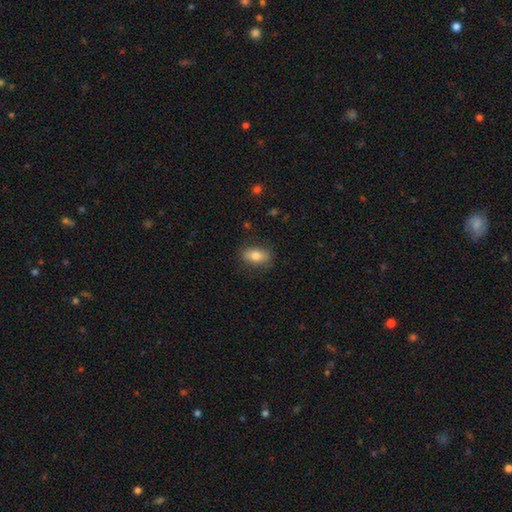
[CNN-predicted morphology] This appears to be a smooth galaxy with no disk features (77%) that is in between round and cigar-shaped (86%). Merging: none (81%).